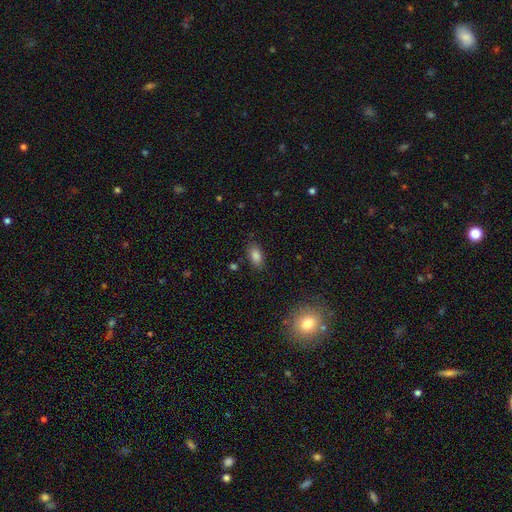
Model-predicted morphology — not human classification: Smooth or featured? Predicted: smooth (p=0.85). How rounded? Predicted: in between (p=0.90). Merging? Predicted: none (p=0.84).